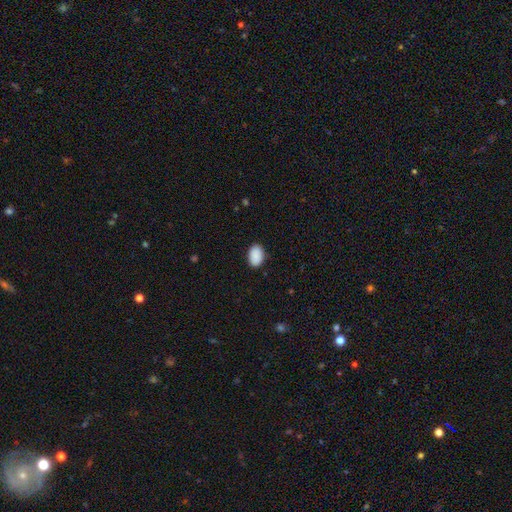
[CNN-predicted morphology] Smooth or featured: smooth — 90% (star or artifact — 7%)
How rounded: in between — 88% (round — 11%)
Merging: none — 88% (minor disturbance — 9%)